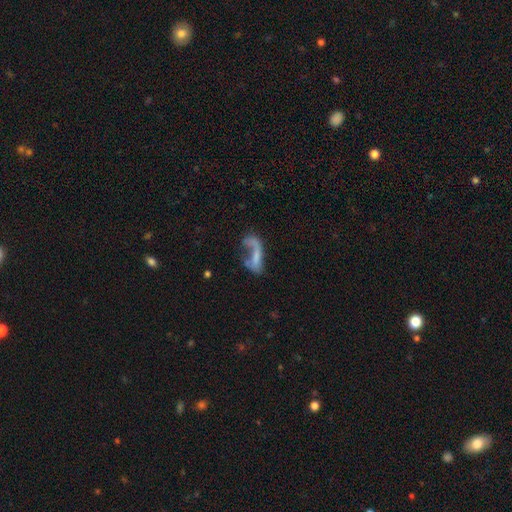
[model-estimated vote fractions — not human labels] smooth-or-featured: featured or disk: 50% | smooth: 39% | star or artifact: 12%
  merging: major disturbance: 44% | none: 25% | merger: 16% | minor disturbance: 14%